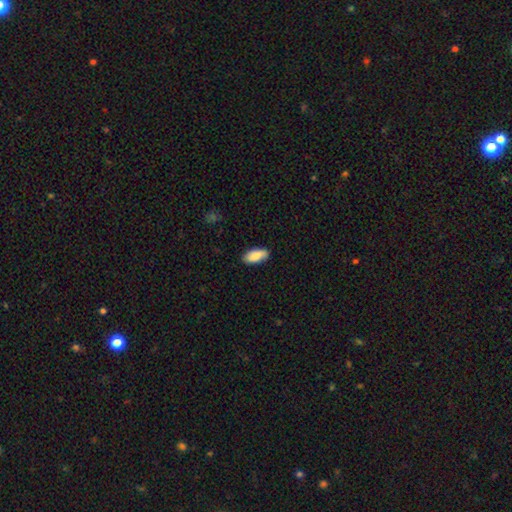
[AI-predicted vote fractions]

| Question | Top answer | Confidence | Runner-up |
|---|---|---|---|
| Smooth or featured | smooth | 85% | featured or disk (9%) |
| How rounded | in between | 89% | cigar-shaped (9%) |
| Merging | none | 84% | minor disturbance (13%) |